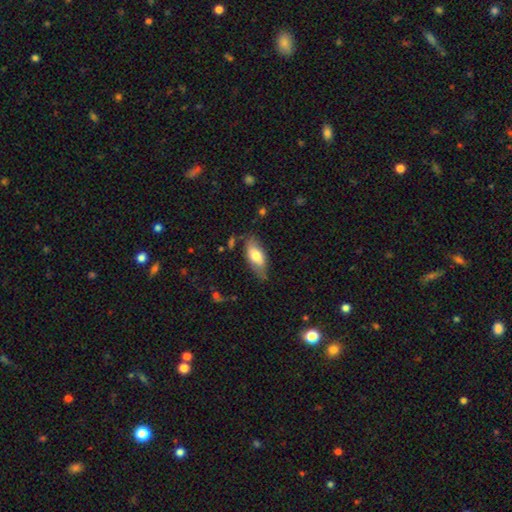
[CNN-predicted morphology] Q: Smooth or featured?
A: smooth (69%); runner-up: featured or disk (25%)
Q: How rounded?
A: in between (84%); runner-up: cigar-shaped (13%)
Q: Merging?
A: none (68%); runner-up: minor disturbance (24%)